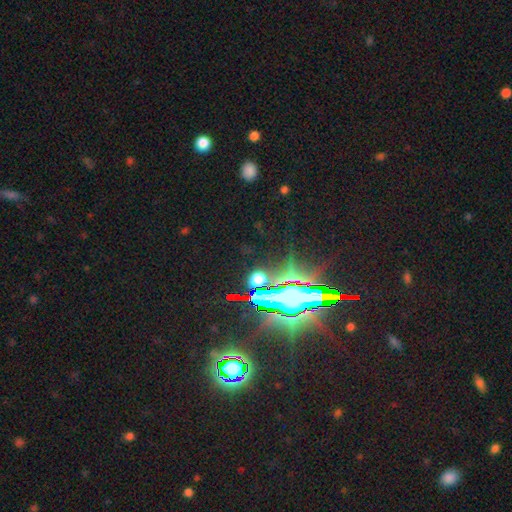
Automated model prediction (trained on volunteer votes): star or artifact 82%, featured or disk 10%, smooth 9%.